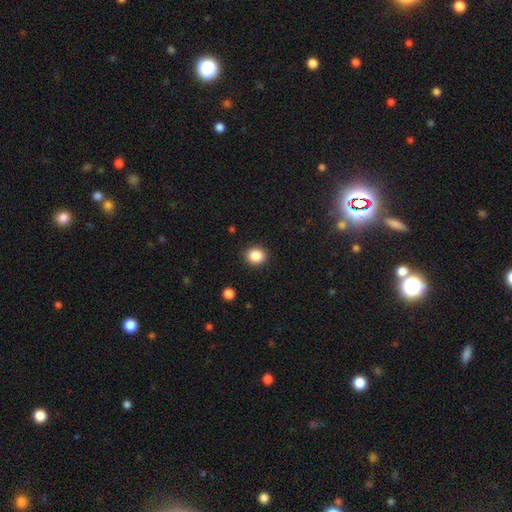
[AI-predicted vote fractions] smooth 86%, star or artifact 10%, featured or disk 4%. Down the decision tree: how rounded — round (77%); merging — none (90%).